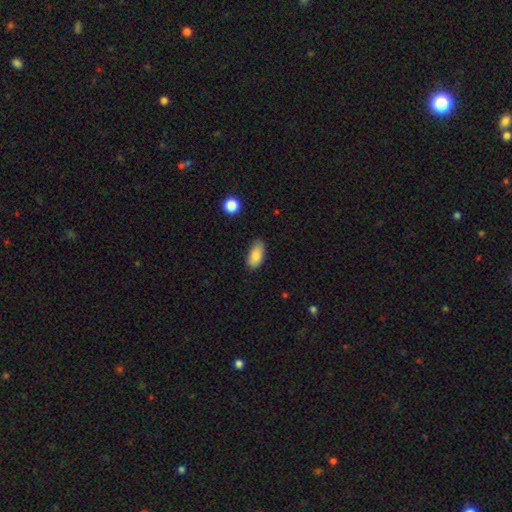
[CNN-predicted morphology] type=smooth (84%); roundness=in between (91%); merging=none (69%).